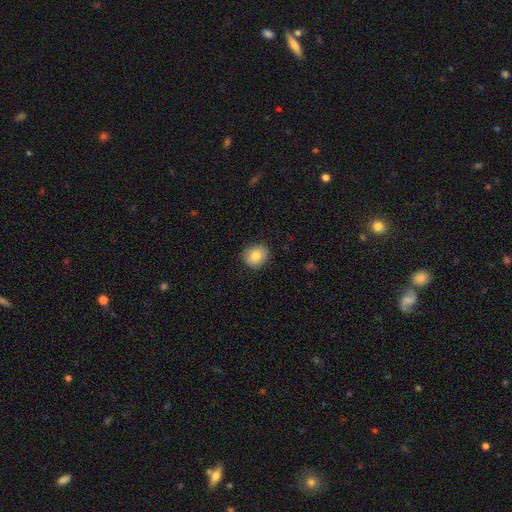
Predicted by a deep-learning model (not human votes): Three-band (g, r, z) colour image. It shows a smooth galaxy with no disk features (82%) that is round (69%). Merging: none (87%).